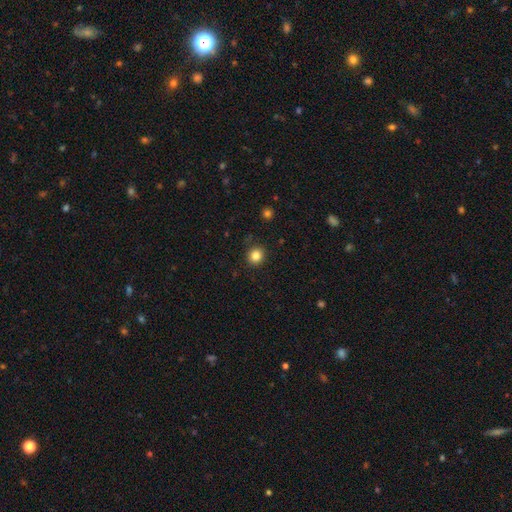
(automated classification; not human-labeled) A smooth galaxy with no disk features (84%) that is round (90%).

Vote fractions:
- Smooth or featured? smooth: 84% / star or artifact: 12% / featured or disk: 5%
- How rounded? round: 90% / in between: 9% / cigar-shaped: 1%
- Merging? none: 89% / minor disturbance: 7% / major disturbance: 2% / merger: 1%